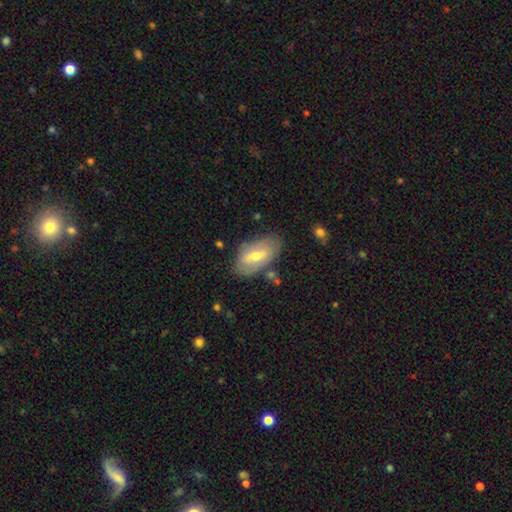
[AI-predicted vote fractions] smooth_or_featured: smooth (p=0.49) [alt: featured or disk p=0.44]
merging: none (p=0.73) [alt: minor disturbance p=0.18]